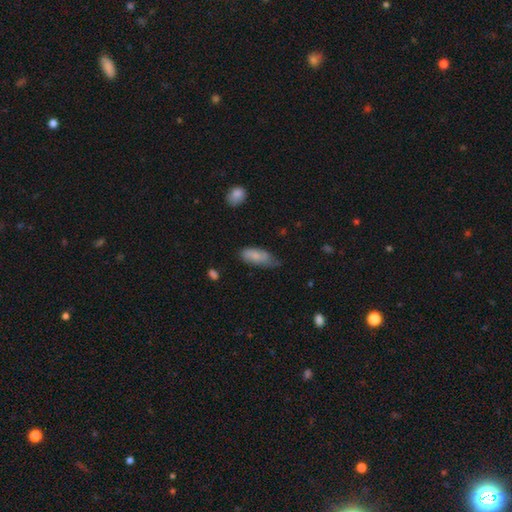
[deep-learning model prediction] Overall: smooth (78%). How rounded: in between (80%). Merging: minor disturbance (43%; none 42%).